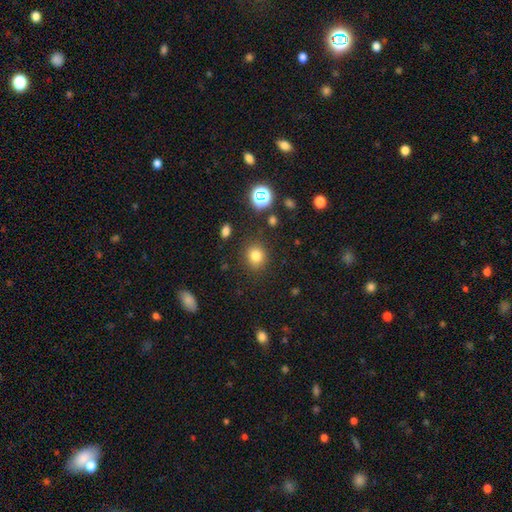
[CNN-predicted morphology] Smooth or featured: smooth — 80% (star or artifact — 14%)
How rounded: round — 78% (in between — 21%)
Merging: none — 86% (minor disturbance — 8%)